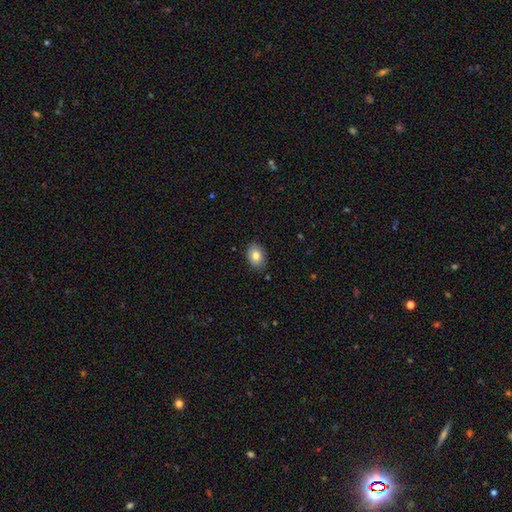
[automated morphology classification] Smooth or featured? smooth (82%)
How rounded? in between (74%)
Merging? none (85%)